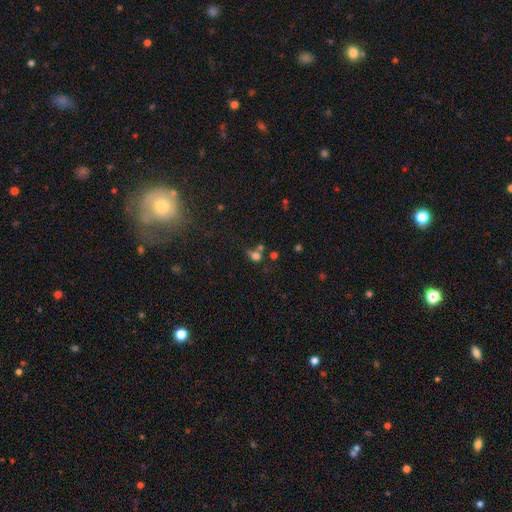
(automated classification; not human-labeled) smooth-or-featured: smooth: 67% | star or artifact: 21% | featured or disk: 12%
  how-rounded: round: 68% | in between: 29% | cigar-shaped: 2%
  merging: none: 43% | merger: 34% | minor disturbance: 14% | major disturbance: 10%